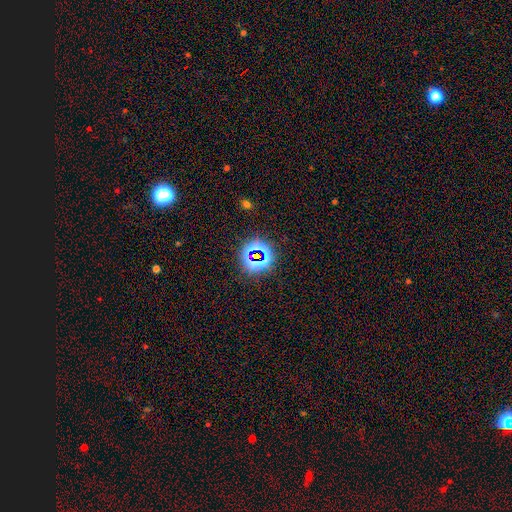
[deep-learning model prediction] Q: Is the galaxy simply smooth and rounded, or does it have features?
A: star or artifact — 75%.